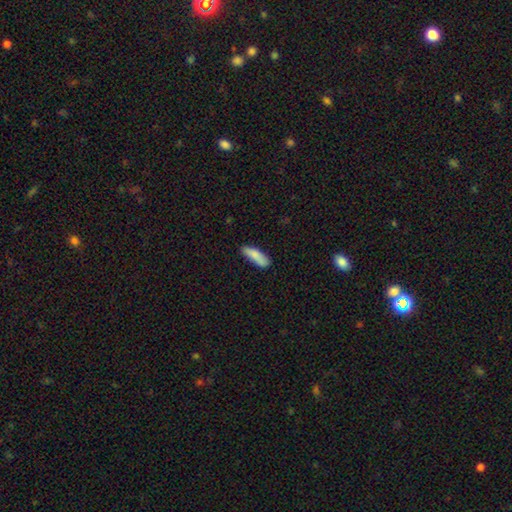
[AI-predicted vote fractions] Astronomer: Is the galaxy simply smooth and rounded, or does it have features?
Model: smooth — 85%.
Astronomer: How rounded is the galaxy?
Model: cigar-shaped — 51% (runner-up: in between, 47%).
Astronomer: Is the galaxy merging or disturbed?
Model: none — 74%.